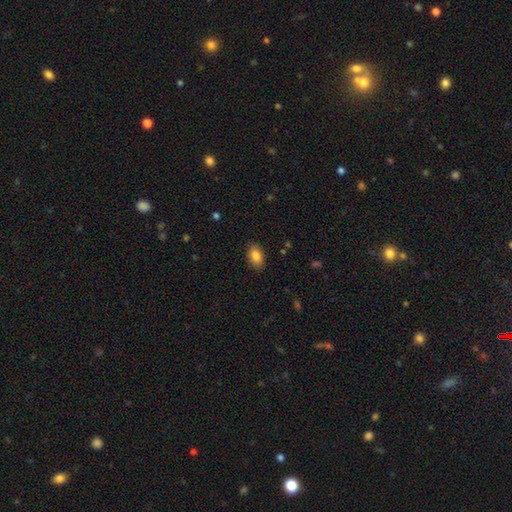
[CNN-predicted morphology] A smooth galaxy with no disk features (85%) that is in between round and cigar-shaped (89%).

Vote fractions:
- Smooth or featured? smooth: 85% / star or artifact: 8% / featured or disk: 7%
- How rounded? in between: 89% / round: 10% / cigar-shaped: 1%
- Merging? none: 87% / minor disturbance: 9% / major disturbance: 2% / merger: 1%